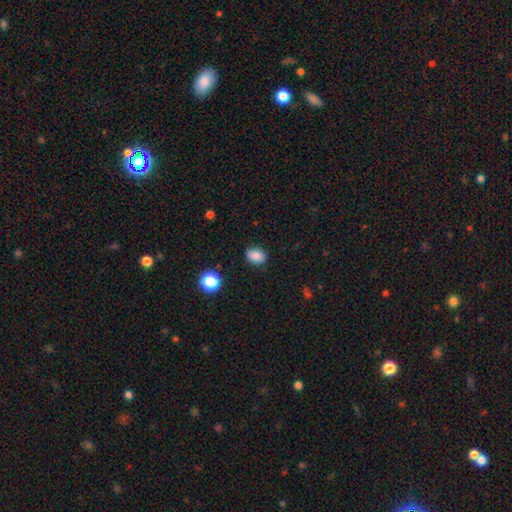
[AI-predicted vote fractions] The model was most divided on "how rounded": in between: 77%, round: 21%, cigar-shaped: 1%. More confident: smooth or featured — smooth (86%); merging — none (84%).